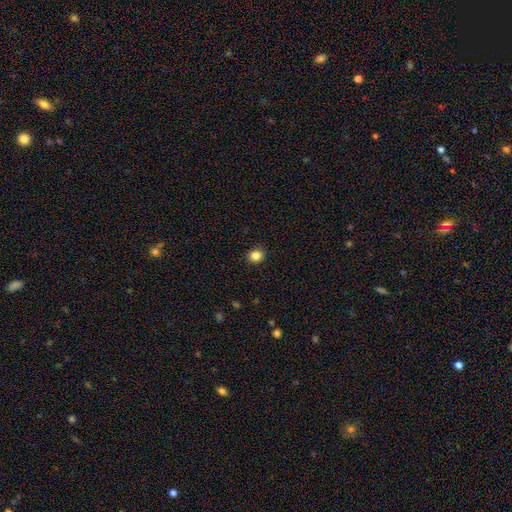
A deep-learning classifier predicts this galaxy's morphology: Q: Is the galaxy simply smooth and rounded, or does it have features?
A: smooth — 85%.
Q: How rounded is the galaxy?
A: round — 75%.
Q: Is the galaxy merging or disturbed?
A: none — 91%.